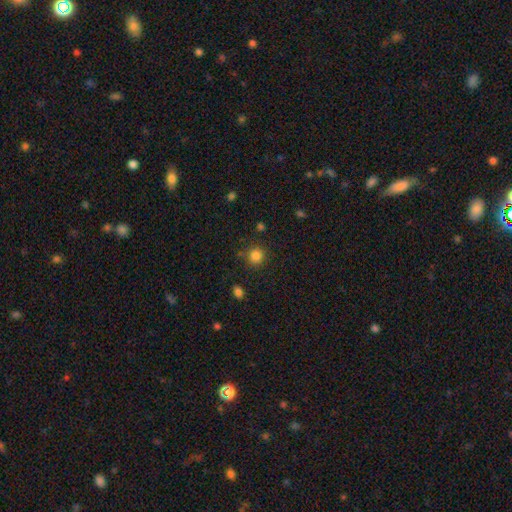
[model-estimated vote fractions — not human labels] The model was most divided on "smooth or featured": smooth: 83%, star or artifact: 12%, featured or disk: 4%. More confident: how rounded — round (90%); merging — none (83%).